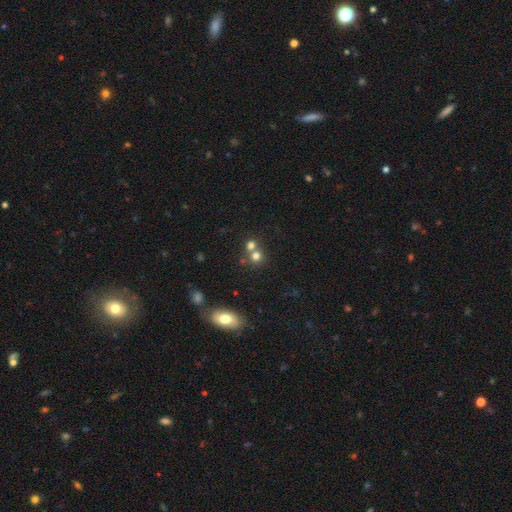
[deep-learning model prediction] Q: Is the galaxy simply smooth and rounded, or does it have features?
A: smooth — 73%.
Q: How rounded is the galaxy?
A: round — 84%.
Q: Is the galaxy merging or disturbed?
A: none — 46%.